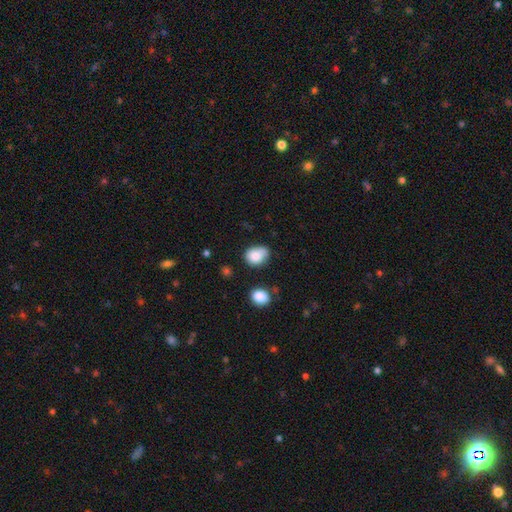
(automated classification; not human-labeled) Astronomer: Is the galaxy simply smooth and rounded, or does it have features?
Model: smooth — 82%.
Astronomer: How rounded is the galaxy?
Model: in between — 55% (runner-up: round, 44%).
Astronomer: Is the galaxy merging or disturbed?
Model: none — 52% (runner-up: minor disturbance, 34%).